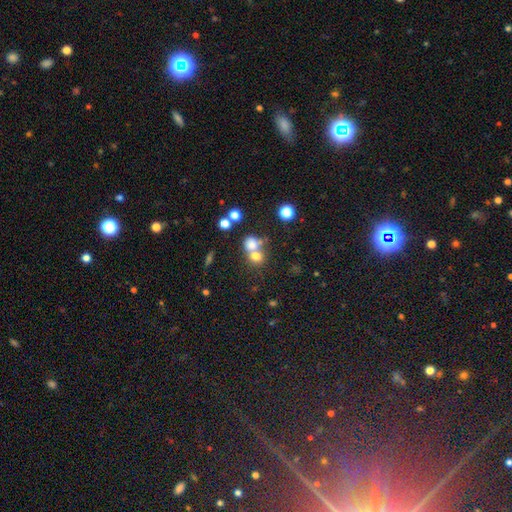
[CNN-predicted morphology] A smooth galaxy with no disk features (71%) that is round (79%). Merging: merger (53%).